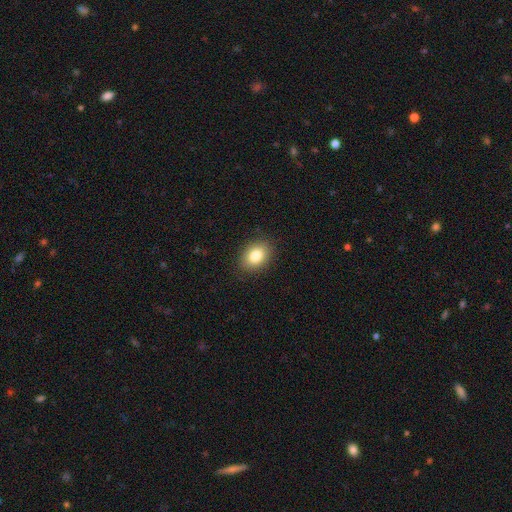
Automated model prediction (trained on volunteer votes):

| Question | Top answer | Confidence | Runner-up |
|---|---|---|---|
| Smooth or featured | smooth | 82% | star or artifact (9%) |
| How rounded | in between | 74% | round (25%) |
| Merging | none | 88% | minor disturbance (9%) |